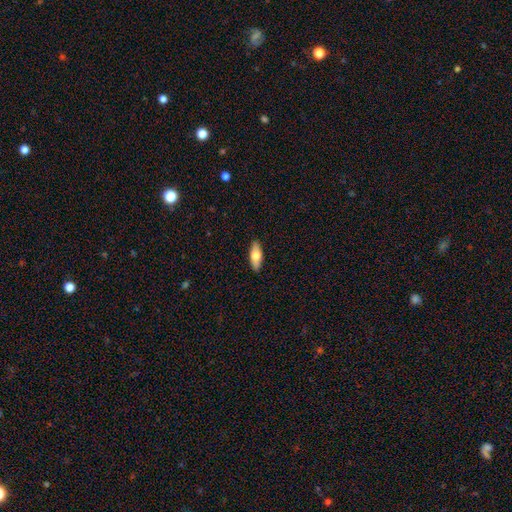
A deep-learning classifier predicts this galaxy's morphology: smooth 69%, featured or disk 26%, star or artifact 6%. Down the decision tree: how rounded — in between (73%); merging — none (90%).